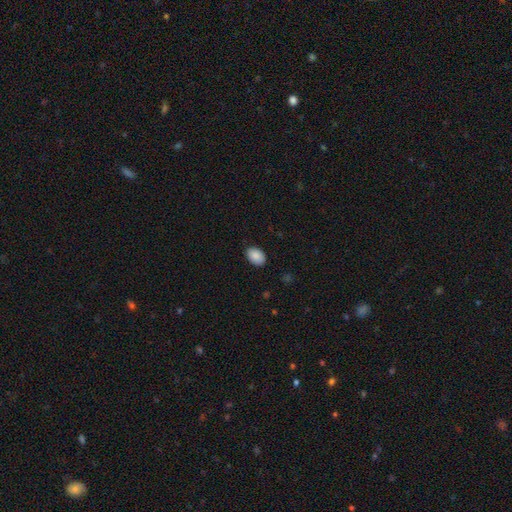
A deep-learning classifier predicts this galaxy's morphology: Smooth or featured? Predicted: smooth (p=0.89). How rounded? Predicted: in between (p=0.84). Merging? Predicted: none (p=0.87).